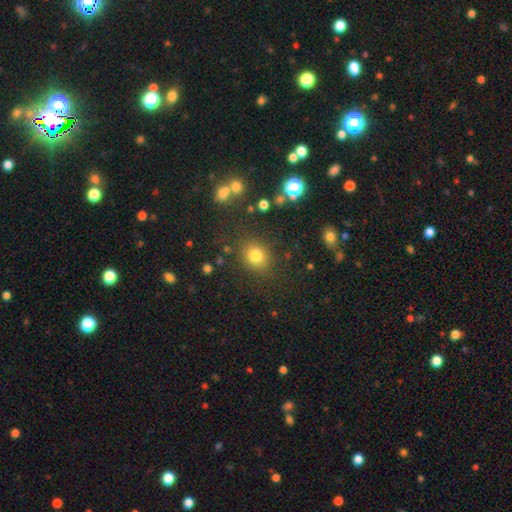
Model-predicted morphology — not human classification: smooth 77%, star or artifact 15%, featured or disk 7%. Down the decision tree: how rounded — round (73%); merging — none (82%).